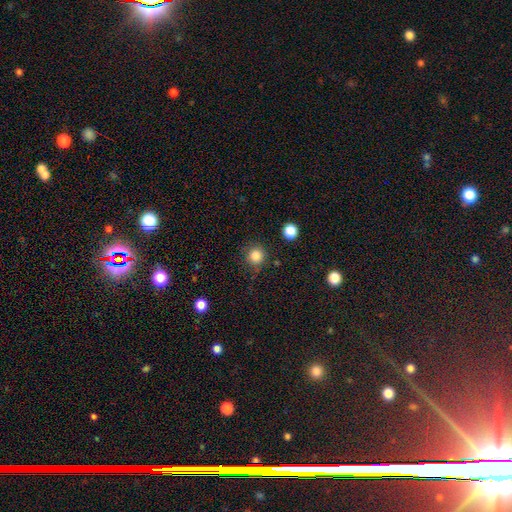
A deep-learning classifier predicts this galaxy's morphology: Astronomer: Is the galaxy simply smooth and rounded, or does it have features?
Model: smooth — 84%.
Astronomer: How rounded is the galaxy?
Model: round — 93%.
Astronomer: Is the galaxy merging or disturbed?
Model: none — 83%.